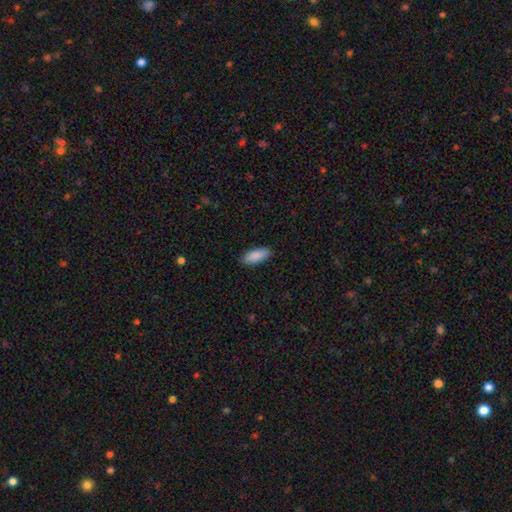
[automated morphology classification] Smooth or featured: smooth — 90% (star or artifact — 6%)
How rounded: in between — 82% (cigar-shaped — 17%)
Merging: none — 88% (minor disturbance — 9%)